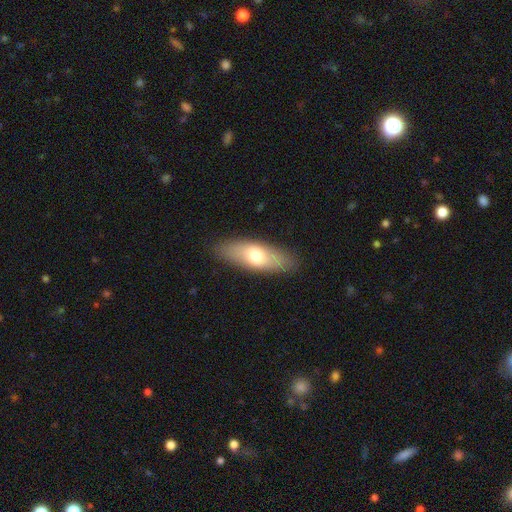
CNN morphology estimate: smooth-or-featured: smooth: 66% | featured or disk: 28% | star or artifact: 6%
  how-rounded: in between: 69% | cigar-shaped: 28% | round: 3%
  merging: none: 87% | minor disturbance: 10% | major disturbance: 3% | merger: 1%